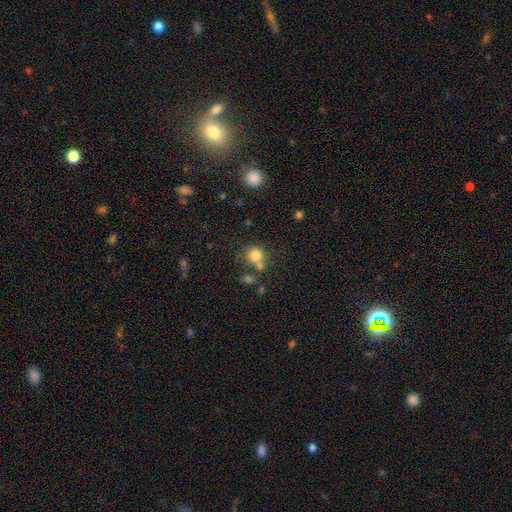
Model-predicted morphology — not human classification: This is likely a smooth galaxy (80%). How rounded: clearly round (83%). Merging: possibly none (57%).